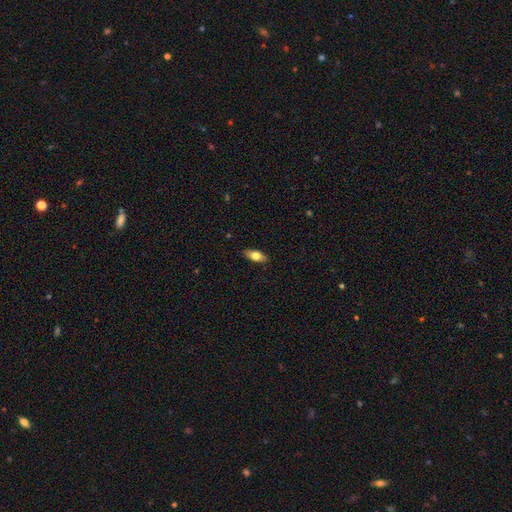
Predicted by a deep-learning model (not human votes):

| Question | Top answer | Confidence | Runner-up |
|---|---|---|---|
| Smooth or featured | smooth | 71% | featured or disk (22%) |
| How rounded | in between | 82% | cigar-shaped (14%) |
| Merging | none | 87% | minor disturbance (11%) |